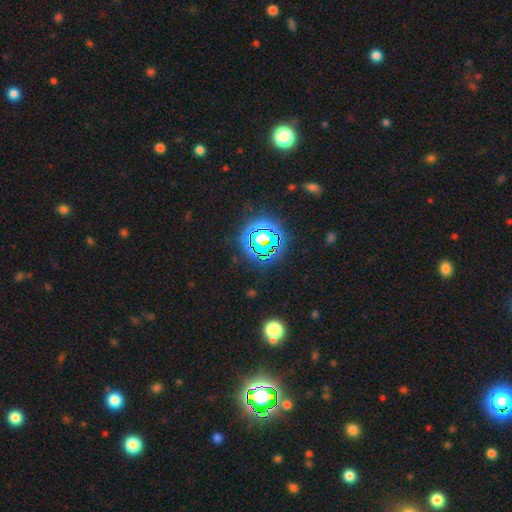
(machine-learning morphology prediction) Smooth or featured: star or artifact — 79% (smooth — 13%)